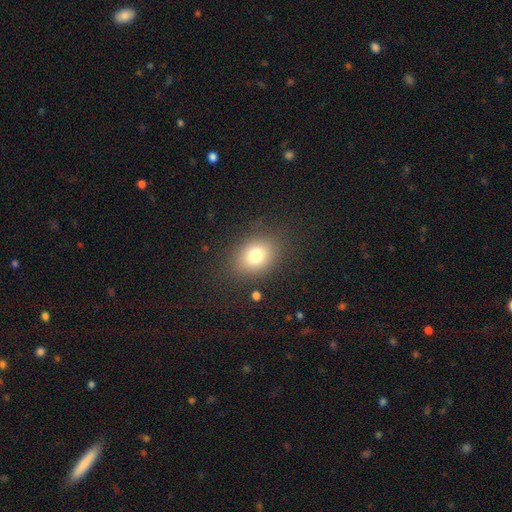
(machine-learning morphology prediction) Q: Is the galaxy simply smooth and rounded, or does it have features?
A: smooth — 77%.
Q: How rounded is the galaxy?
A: in between — 60%.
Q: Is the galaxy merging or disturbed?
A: none — 83%.